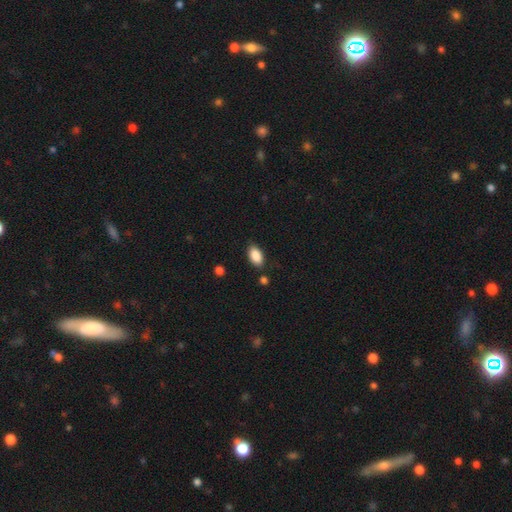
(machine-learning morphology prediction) This is clearly a smooth galaxy (89%). How rounded: clearly in between (93%). Merging: clearly none (82%).